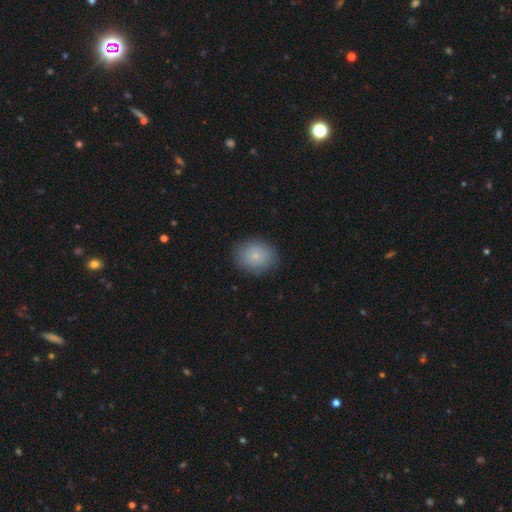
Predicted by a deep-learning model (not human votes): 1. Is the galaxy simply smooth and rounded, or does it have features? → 79% smooth, 12% featured or disk, 8% star or artifact.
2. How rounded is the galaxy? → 61% round, 38% in between, 1% cigar-shaped.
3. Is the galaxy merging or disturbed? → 86% none, 10% minor disturbance, 3% major disturbance, 1% merger.